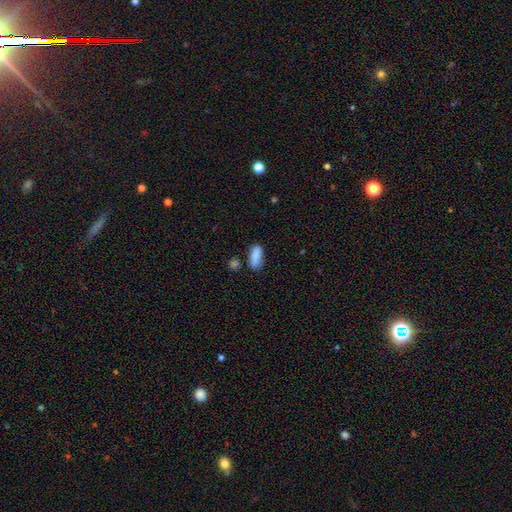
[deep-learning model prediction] This appears to be a smooth galaxy with no disk features (88%) that is in between round and cigar-shaped (76%). Merging: none (74%).